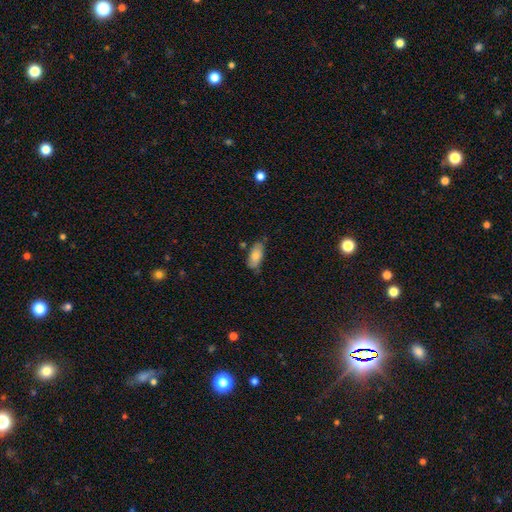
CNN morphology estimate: This is likely a smooth galaxy (79%). How rounded: clearly in between (87%). Merging: likely none (68%).